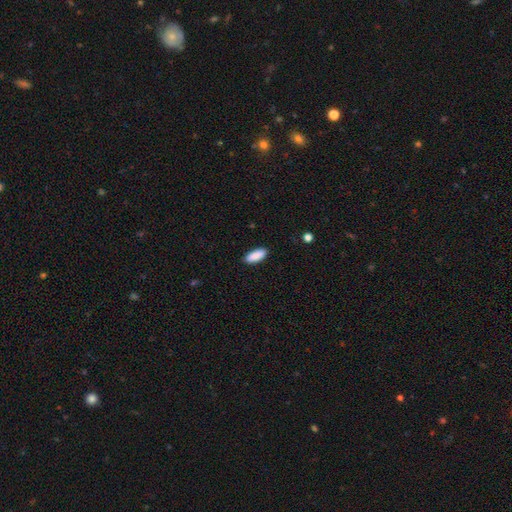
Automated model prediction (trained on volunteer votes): Smooth or featured: smooth — 90% (star or artifact — 6%)
How rounded: in between — 74% (cigar-shaped — 24%)
Merging: none — 90% (minor disturbance — 8%)